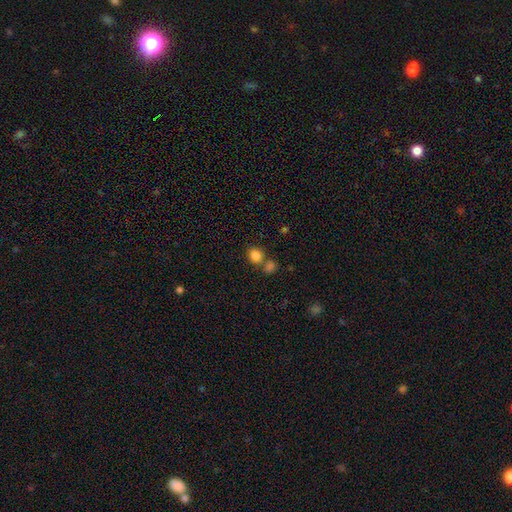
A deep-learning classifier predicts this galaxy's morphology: Smooth or featured? Predicted: smooth (p=0.83). How rounded? Predicted: round (p=0.74). Merging? Predicted: none (p=0.62).